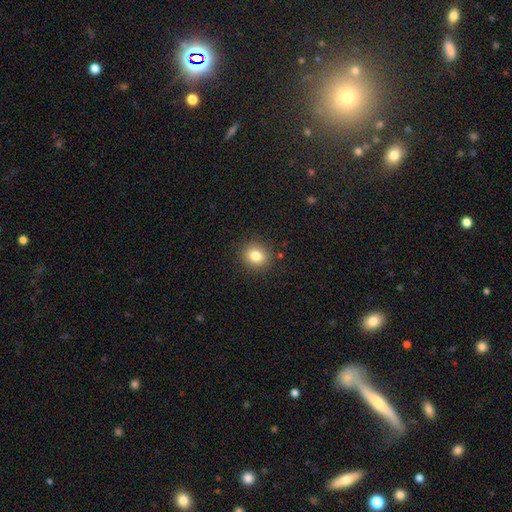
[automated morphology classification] Smooth or featured? smooth (81%)
How rounded? round (80%)
Merging? none (89%)